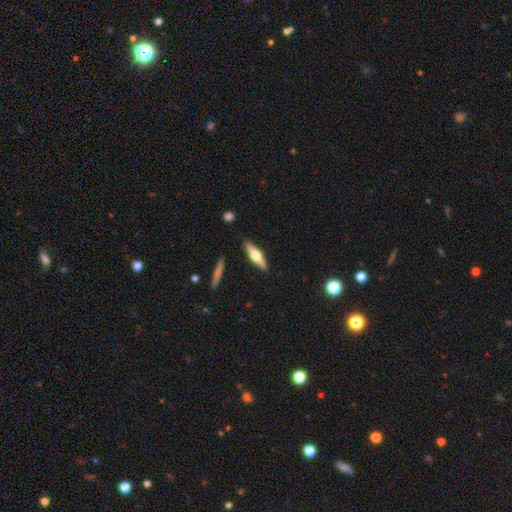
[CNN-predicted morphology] Smooth or featured? featured or disk (58%)
Edge-on disk? yes (95%)
Edge-on bulge? rounded (94%)
Merging? none (89%)